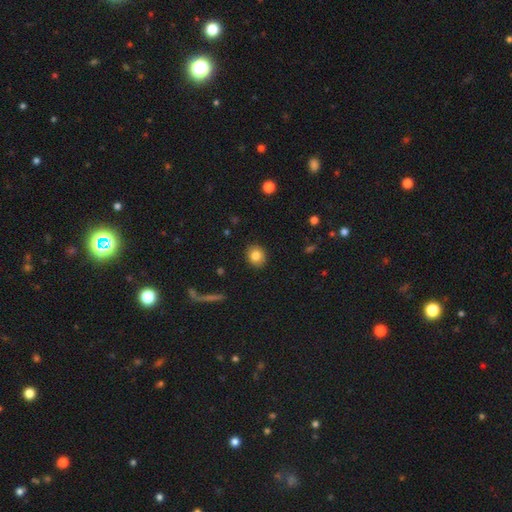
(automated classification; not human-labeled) smooth 83%, star or artifact 9%, featured or disk 8%. Down the decision tree: how rounded — round (75%); merging — none (91%).